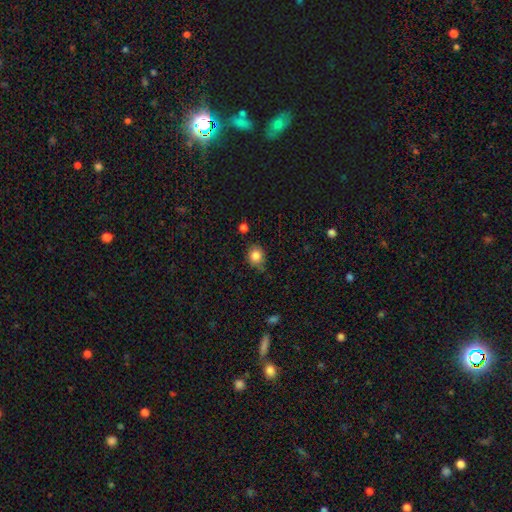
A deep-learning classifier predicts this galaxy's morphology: This appears to be a smooth galaxy with no disk features (84%) that is round (68%). Merging: none (68%).